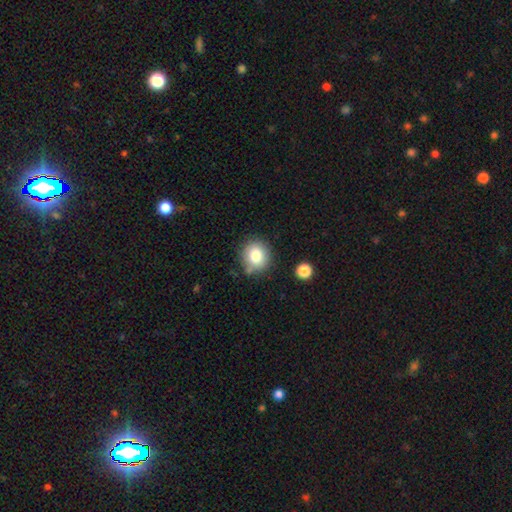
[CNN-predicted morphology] Smooth or featured?
  - smooth: 82% *
  - star or artifact: 10%
  - featured or disk: 8%
How rounded?
  - round: 82% *
  - in between: 17%
  - cigar-shaped: 1%
Merging?
  - none: 76% *
  - minor disturbance: 15%
  - merger: 6%
  - major disturbance: 4%